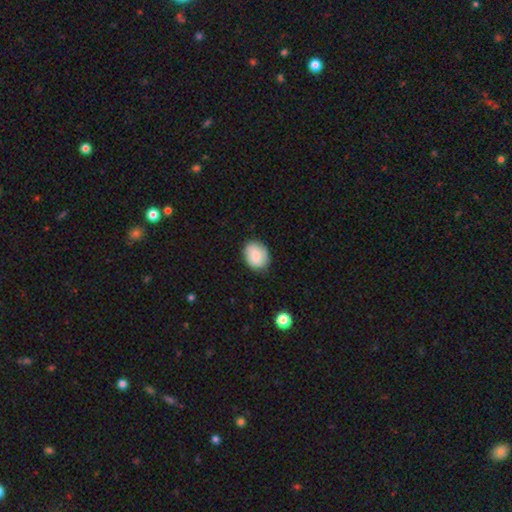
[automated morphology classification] Overall: smooth (84%). How rounded: in between (58%; round 41%). Merging: none (83%).